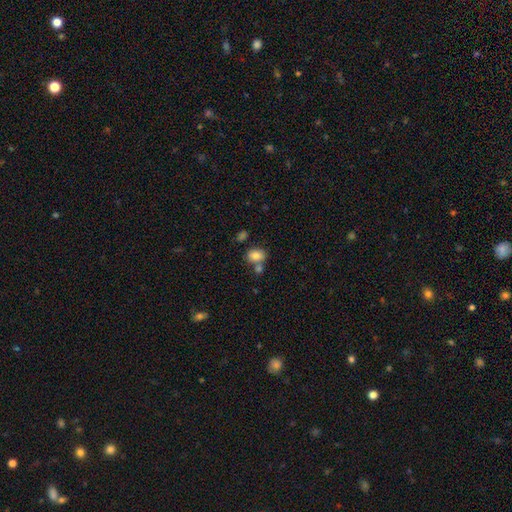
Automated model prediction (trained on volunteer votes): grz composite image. It shows a smooth galaxy with no disk features (82%) that is in between round and cigar-shaped (65%). Merging: none (58%).